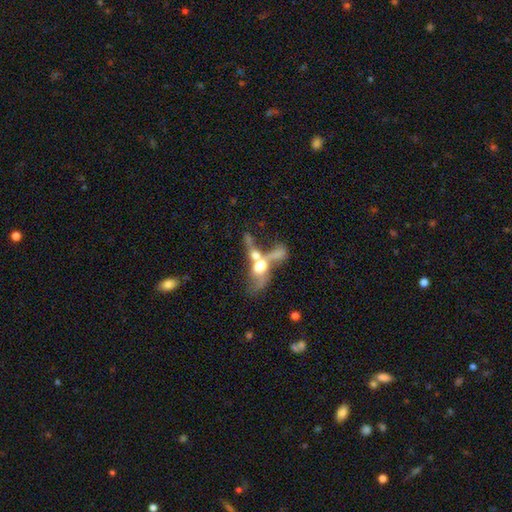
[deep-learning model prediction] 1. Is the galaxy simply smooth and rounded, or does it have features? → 44% featured or disk (tied), 44% smooth (tied), 11% star or artifact.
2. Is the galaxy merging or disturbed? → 74% merger, 13% major disturbance, 9% none, 5% minor disturbance.